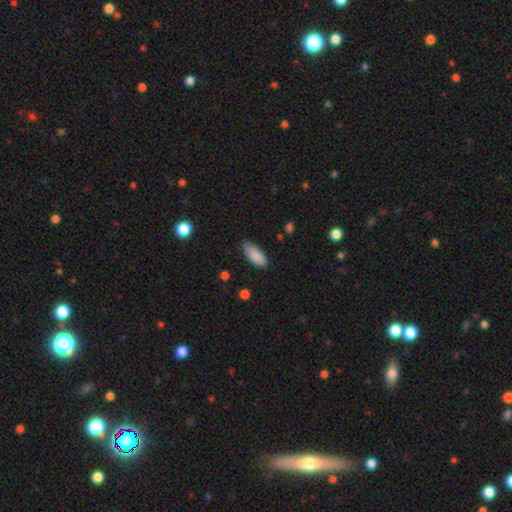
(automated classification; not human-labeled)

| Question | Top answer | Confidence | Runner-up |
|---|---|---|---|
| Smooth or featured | smooth | 89% | star or artifact (6%) |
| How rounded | in between | 83% | cigar-shaped (15%) |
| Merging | none | 80% | minor disturbance (16%) |